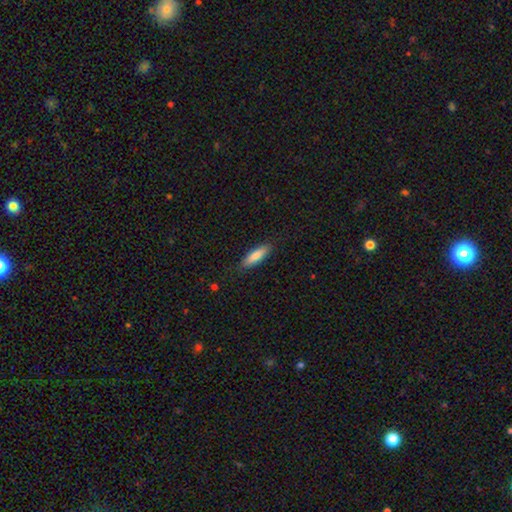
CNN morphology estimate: smooth-or-featured: smooth: 81% | featured or disk: 13% | star or artifact: 6%
  how-rounded: cigar-shaped: 59% | in between: 39% | round: 2%
  merging: none: 87% | minor disturbance: 10% | major disturbance: 2% | merger: 1%